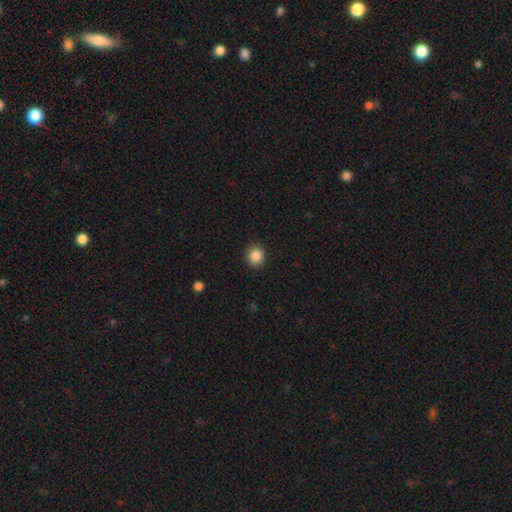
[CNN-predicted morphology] Smooth or featured: smooth — 87% (star or artifact — 10%)
How rounded: round — 83% (in between — 16%)
Merging: none — 90% (minor disturbance — 7%)